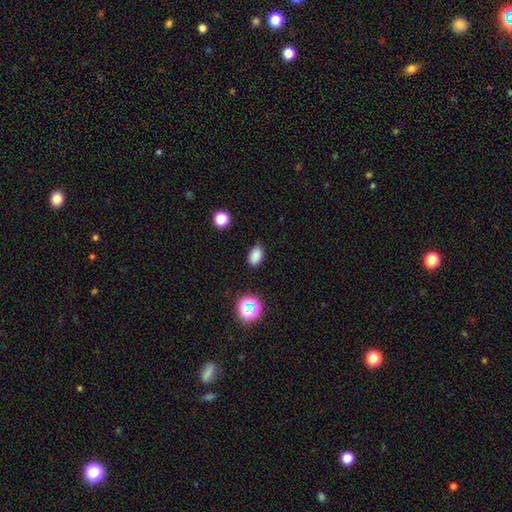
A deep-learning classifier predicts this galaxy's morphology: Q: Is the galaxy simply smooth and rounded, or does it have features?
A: smooth — 83%.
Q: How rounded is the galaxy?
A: in between — 85%.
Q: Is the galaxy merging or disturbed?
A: none — 85%.